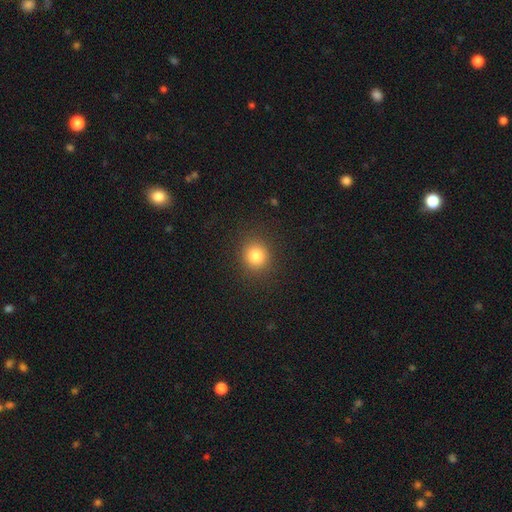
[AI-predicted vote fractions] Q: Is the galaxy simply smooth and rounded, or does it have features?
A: smooth — 82%.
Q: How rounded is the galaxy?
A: round — 87%.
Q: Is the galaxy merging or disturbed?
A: none — 89%.